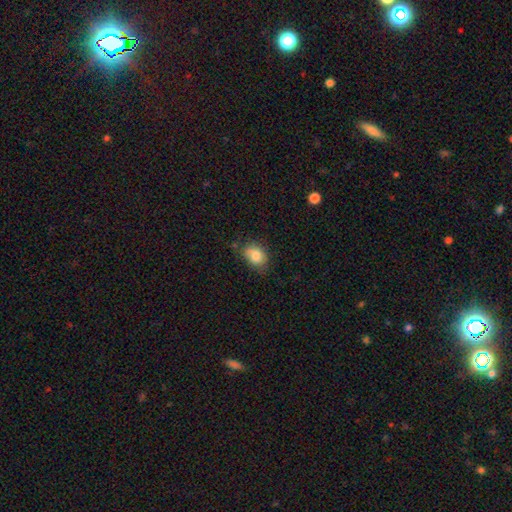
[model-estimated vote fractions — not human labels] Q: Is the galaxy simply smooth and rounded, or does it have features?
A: smooth — 82%.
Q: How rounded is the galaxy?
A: in between — 66%.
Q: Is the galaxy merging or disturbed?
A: none — 68%.